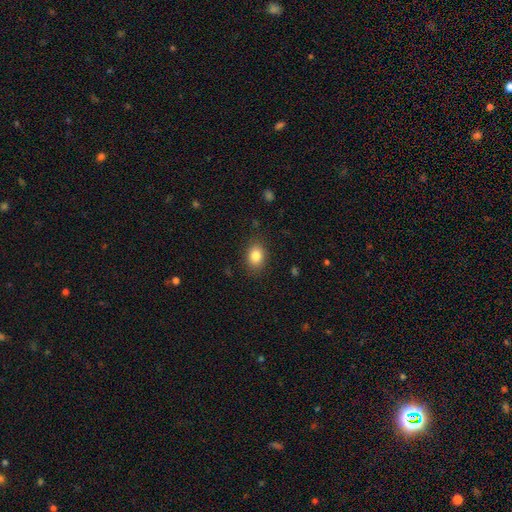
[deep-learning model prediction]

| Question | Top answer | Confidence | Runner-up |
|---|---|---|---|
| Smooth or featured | smooth | 84% | star or artifact (9%) |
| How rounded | in between | 65% | round (33%) |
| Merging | none | 85% | minor disturbance (11%) |